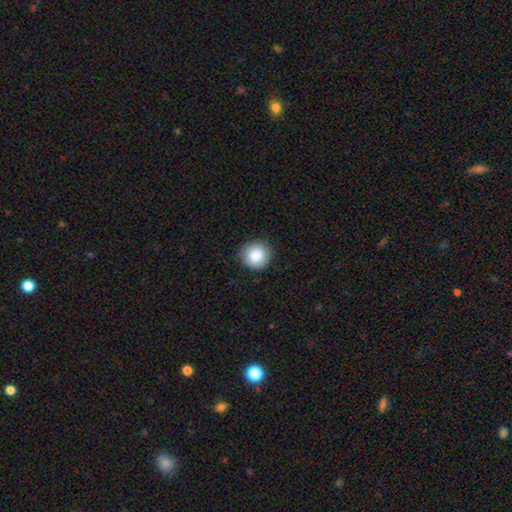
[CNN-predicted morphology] The model was most divided on "merging": none: 87%, minor disturbance: 10%, major disturbance: 2%, merger: 1%. More confident: how rounded — round (89%); smooth or featured — smooth (86%).